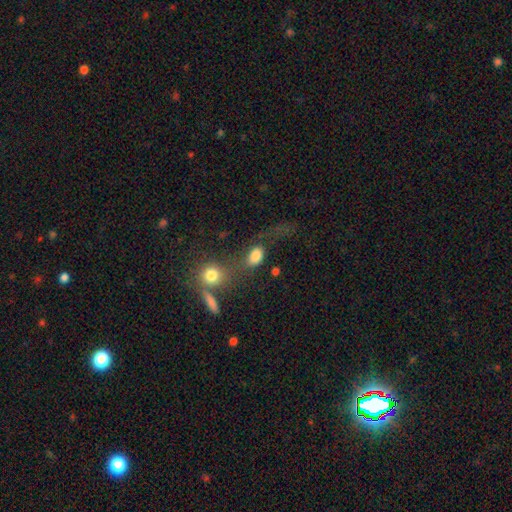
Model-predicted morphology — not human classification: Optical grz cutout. It shows a smooth galaxy with no disk features (80%) that is in between round and cigar-shaped (80%). Merging: none (34%).